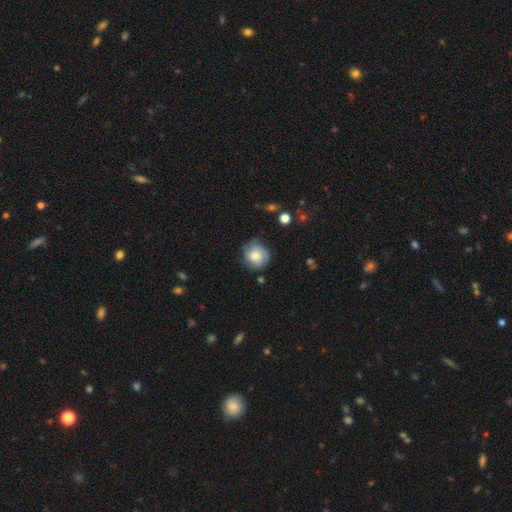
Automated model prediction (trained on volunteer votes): Smooth or featured? smooth (52%)
How rounded? round (86%)
Merging? none (70%)